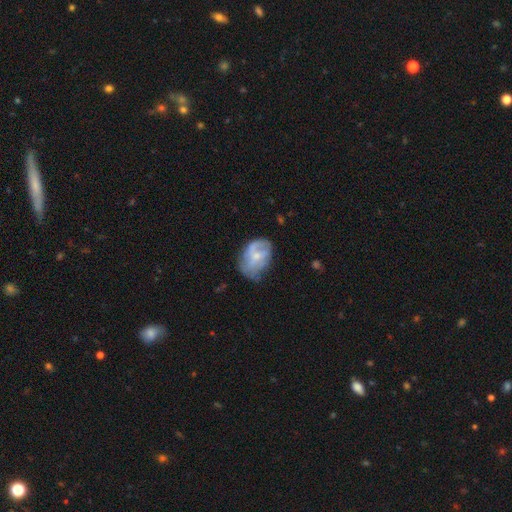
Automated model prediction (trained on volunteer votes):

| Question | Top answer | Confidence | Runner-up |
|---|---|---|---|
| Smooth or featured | featured or disk | 54% | smooth (39%) |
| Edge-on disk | no | 97% | yes (3%) |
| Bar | no | 51% | weak (39%) |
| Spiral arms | yes | 57% | no (43%) |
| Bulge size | small | 59% | moderate (28%) |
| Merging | none | 45% | minor disturbance (33%) |